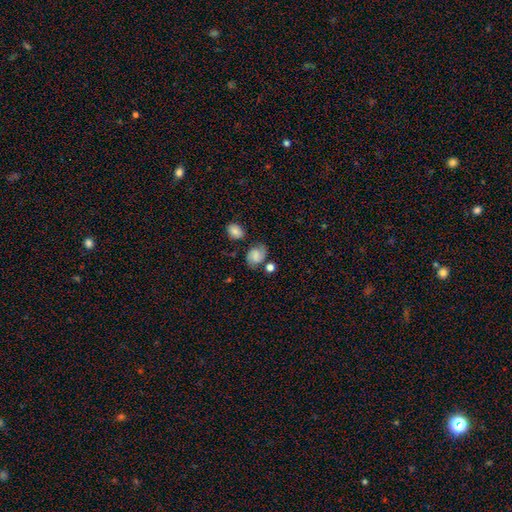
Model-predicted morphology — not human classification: smooth-or-featured: smooth: 53% | featured or disk: 37% | star or artifact: 11%
  how-rounded: in between: 58% | round: 40% | cigar-shaped: 1%
  merging: none: 65% | minor disturbance: 20% | merger: 8% | major disturbance: 7%